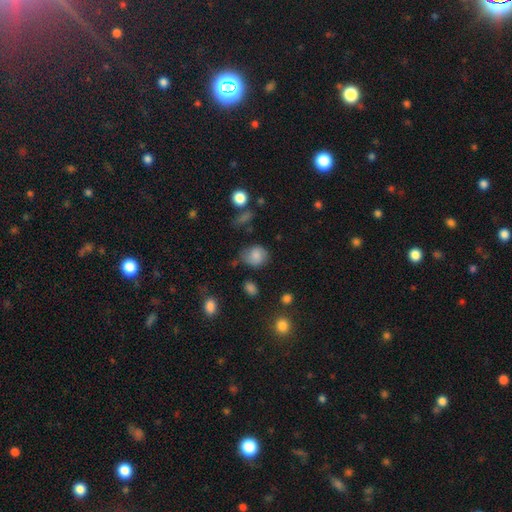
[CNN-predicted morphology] type=smooth (77%); roundness=round (63%); merging=none (62%).